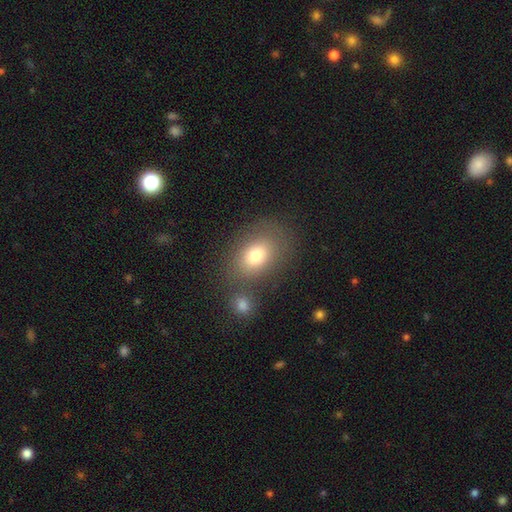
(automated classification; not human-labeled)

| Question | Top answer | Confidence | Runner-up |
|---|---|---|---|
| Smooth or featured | smooth | 77% | featured or disk (13%) |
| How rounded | in between | 75% | round (24%) |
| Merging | none | 67% | merger (15%) |